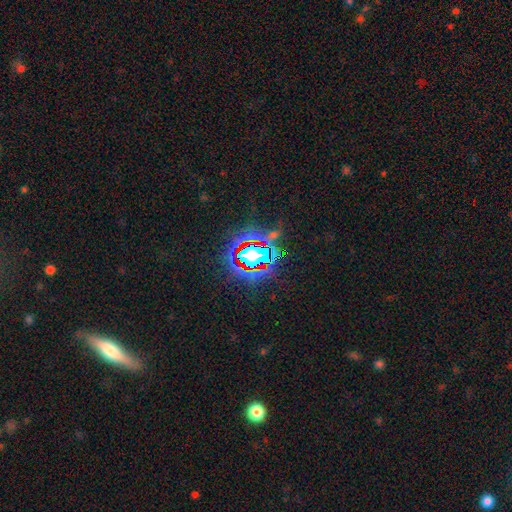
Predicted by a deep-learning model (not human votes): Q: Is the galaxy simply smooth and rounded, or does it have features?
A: star or artifact — 78%.